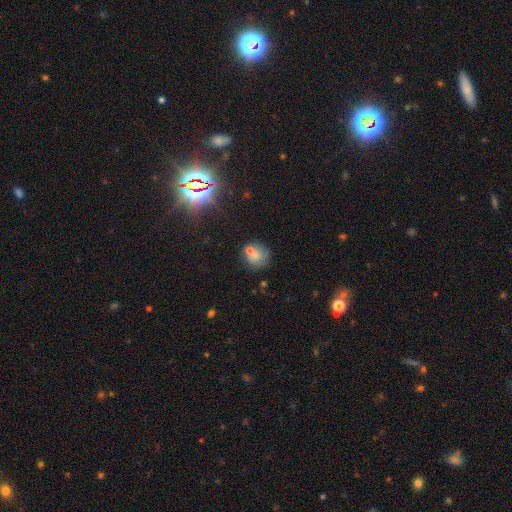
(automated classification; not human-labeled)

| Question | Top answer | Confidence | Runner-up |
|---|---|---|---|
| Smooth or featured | smooth | 64% | featured or disk (20%) |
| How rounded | round | 82% | in between (17%) |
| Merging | none | 53% | merger (22%) |